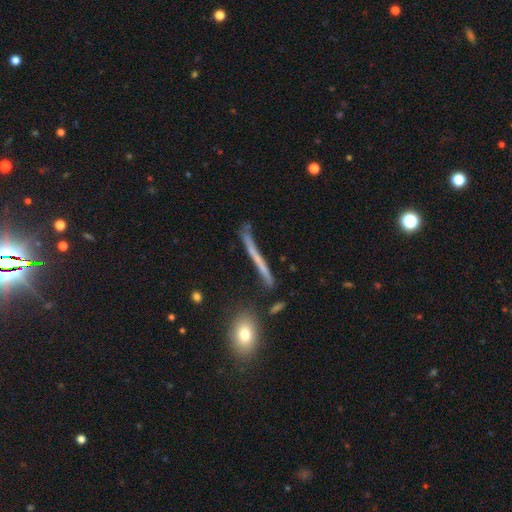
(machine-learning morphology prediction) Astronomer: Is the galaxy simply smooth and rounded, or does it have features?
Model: featured or disk — 51% (runner-up: smooth, 39%).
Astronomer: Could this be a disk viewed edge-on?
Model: yes — 91%.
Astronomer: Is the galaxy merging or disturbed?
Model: none — 73%.